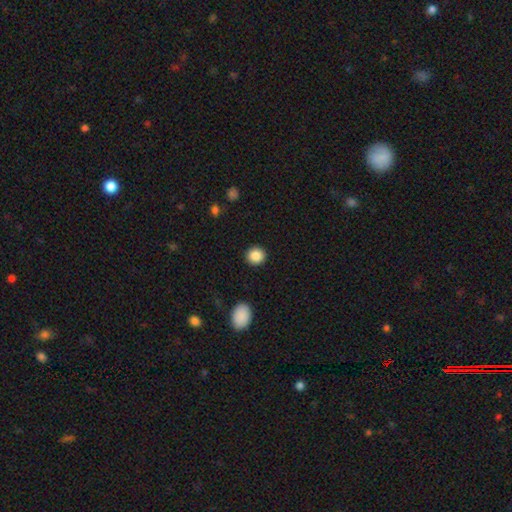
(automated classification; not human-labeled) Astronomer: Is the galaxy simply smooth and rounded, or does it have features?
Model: smooth — 87%.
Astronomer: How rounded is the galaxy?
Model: round — 91%.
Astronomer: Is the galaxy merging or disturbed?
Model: none — 92%.